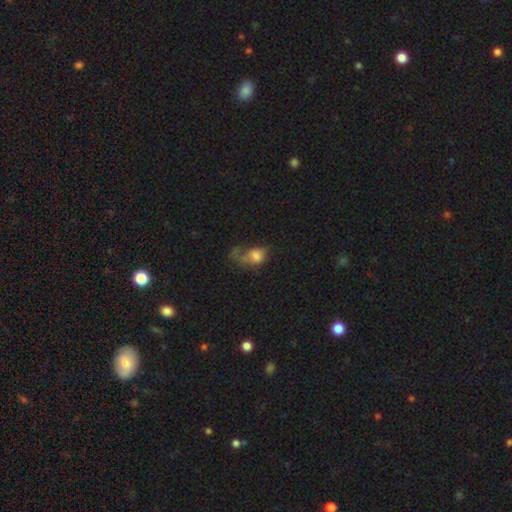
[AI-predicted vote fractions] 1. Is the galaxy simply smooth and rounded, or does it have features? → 68% smooth, 21% featured or disk, 11% star or artifact.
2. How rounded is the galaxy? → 51% in between, 47% round, 2% cigar-shaped.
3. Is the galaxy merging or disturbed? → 50% major disturbance, 22% none, 17% minor disturbance, 11% merger.